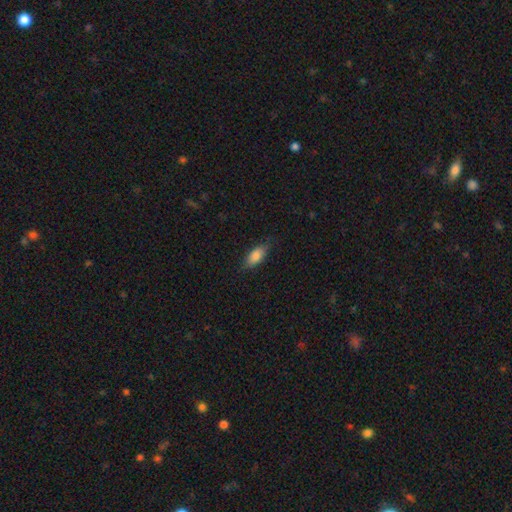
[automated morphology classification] Smooth or featured? Predicted: smooth (p=0.84). How rounded? Predicted: in between (p=0.86). Merging? Predicted: none (p=0.78).